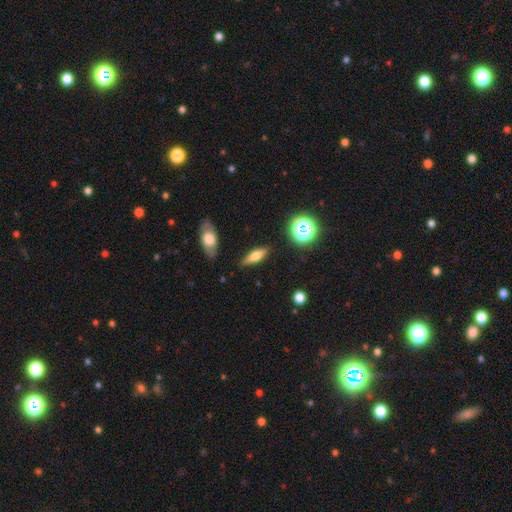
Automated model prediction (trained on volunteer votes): This appears to be a smooth galaxy with no disk features (58%) that is in between round and cigar-shaped (48%). Merging: none (85%).